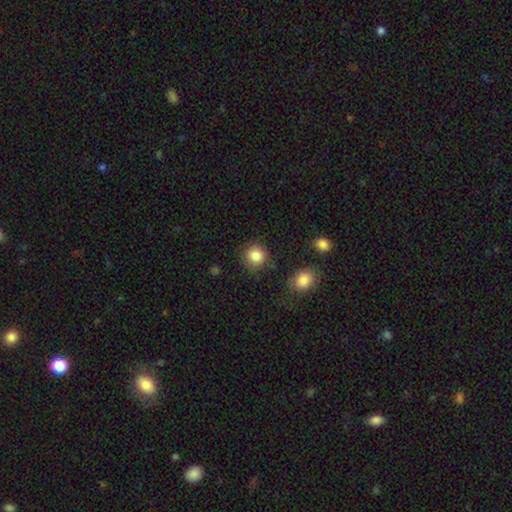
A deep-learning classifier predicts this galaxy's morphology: smooth-or-featured: smooth: 86% | star or artifact: 9% | featured or disk: 5%
  how-rounded: round: 88% | in between: 11% | cigar-shaped: 1%
  merging: none: 84% | minor disturbance: 10% | major disturbance: 3% | merger: 3%